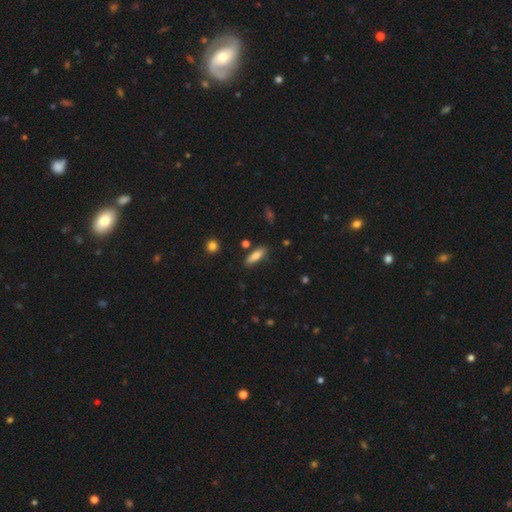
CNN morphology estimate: Overall: smooth (77%). How rounded: in between (50%; cigar-shaped 48%). Merging: none (81%).